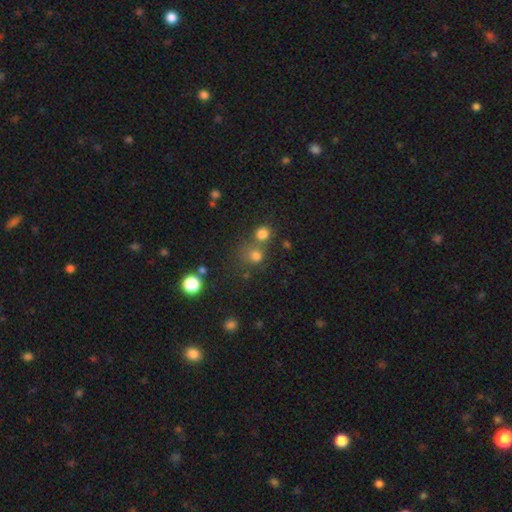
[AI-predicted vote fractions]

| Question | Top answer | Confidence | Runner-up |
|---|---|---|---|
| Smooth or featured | smooth | 73% | star or artifact (20%) |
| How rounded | round | 86% | in between (13%) |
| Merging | none | 58% | merger (28%) |